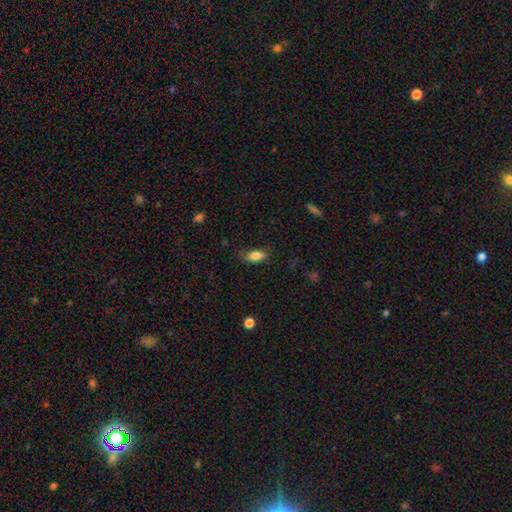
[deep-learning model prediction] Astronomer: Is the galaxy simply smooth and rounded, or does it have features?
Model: smooth — 86%.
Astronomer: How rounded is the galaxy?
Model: in between — 88%.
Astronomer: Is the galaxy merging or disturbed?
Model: none — 73%.